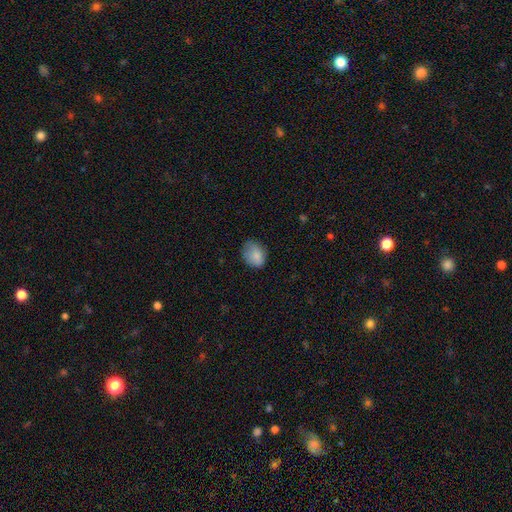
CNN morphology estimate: smooth 84%, featured or disk 9%, star or artifact 8%. Down the decision tree: how rounded — in between (64%); merging — none (67%).